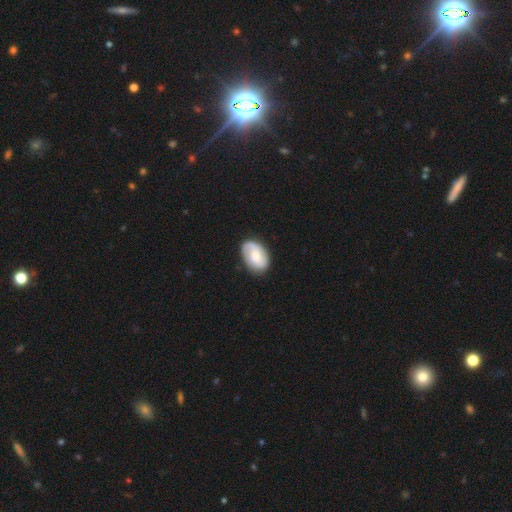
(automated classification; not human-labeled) A featured or disk galaxy (48%).

Vote fractions:
- Smooth or featured? featured or disk: 48% / smooth: 46% / star or artifact: 6%
- Merging? none: 76% / minor disturbance: 17% / major disturbance: 5% / merger: 1%